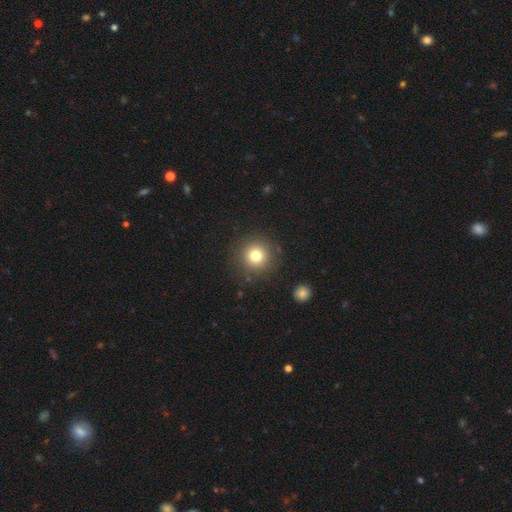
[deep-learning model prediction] This is likely a smooth galaxy (78%). How rounded: clearly round (95%). Merging: clearly none (87%).